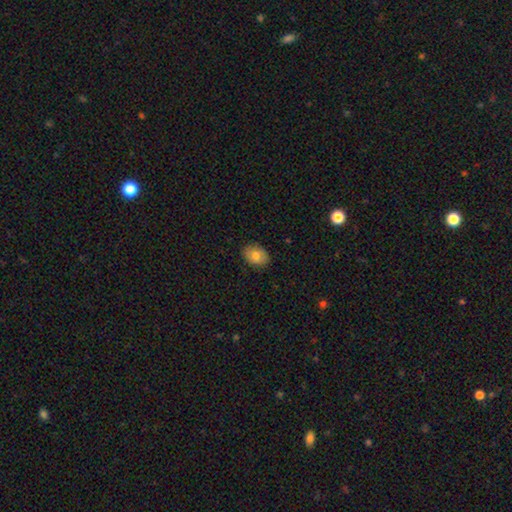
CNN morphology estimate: A smooth galaxy with no disk features (77%) that is in between round and cigar-shaped (75%).

Vote fractions:
- Smooth or featured? smooth: 77% / featured or disk: 15% / star or artifact: 8%
- How rounded? in between: 75% / round: 24% / cigar-shaped: 1%
- Merging? none: 86% / minor disturbance: 11% / major disturbance: 2% / merger: 1%